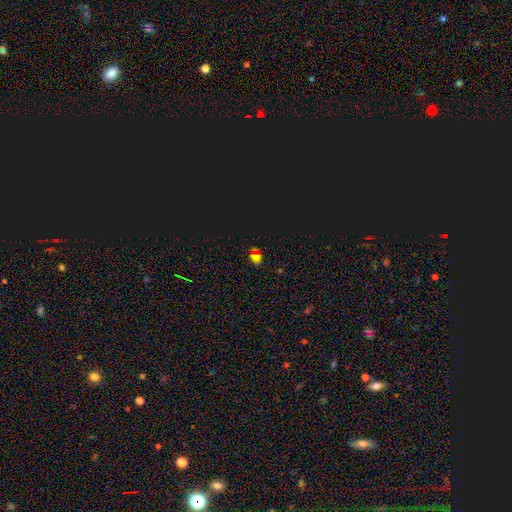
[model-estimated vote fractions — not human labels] star or artifact 49%, smooth 42%, featured or disk 9%.